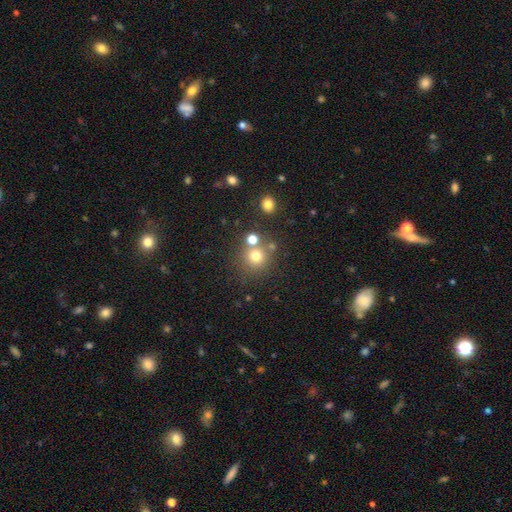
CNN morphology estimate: Q: Smooth or featured?
A: smooth (74%); runner-up: star or artifact (17%)
Q: How rounded?
A: round (91%); runner-up: in between (8%)
Q: Merging?
A: none (72%); runner-up: merger (16%)